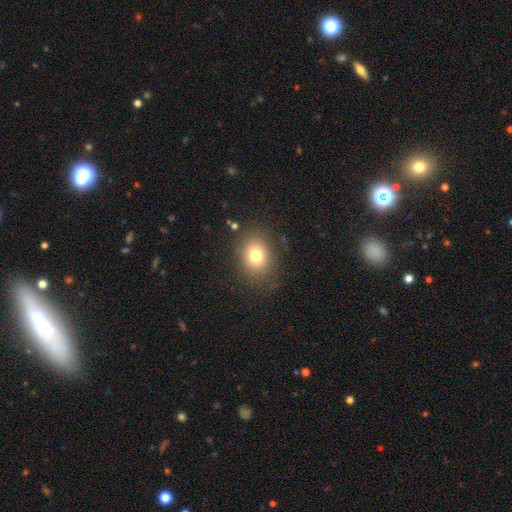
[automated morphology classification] Smooth or featured? Predicted: smooth (p=0.77). How rounded? Predicted: in between (p=0.50). Merging? Predicted: none (p=0.81).